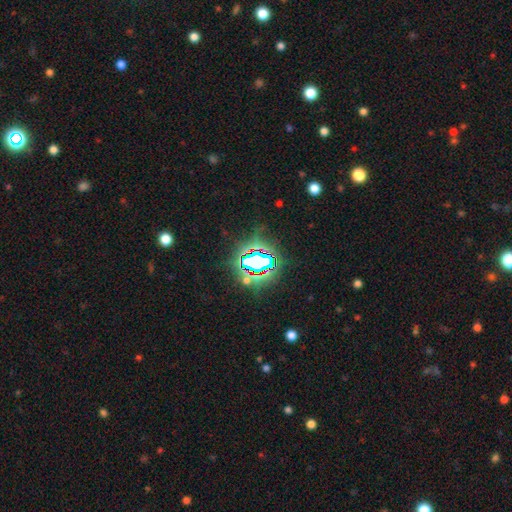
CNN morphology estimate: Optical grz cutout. It shows a star or artifact, not a galaxy (75%).